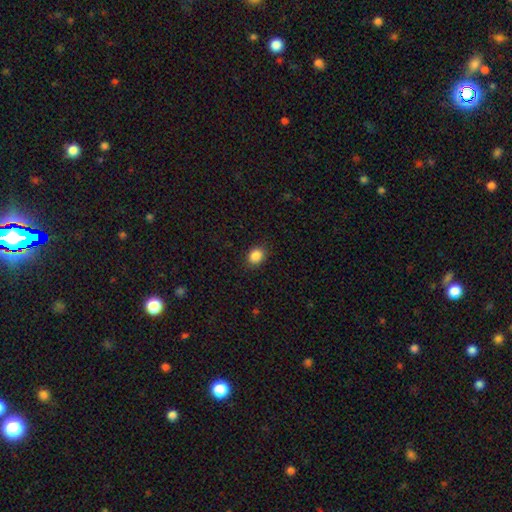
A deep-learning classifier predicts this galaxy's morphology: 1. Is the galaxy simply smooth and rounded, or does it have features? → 87% smooth, 9% star or artifact, 3% featured or disk.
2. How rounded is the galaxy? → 53% round, 46% in between, 1% cigar-shaped.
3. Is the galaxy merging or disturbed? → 88% none, 9% minor disturbance, 2% major disturbance, 1% merger.